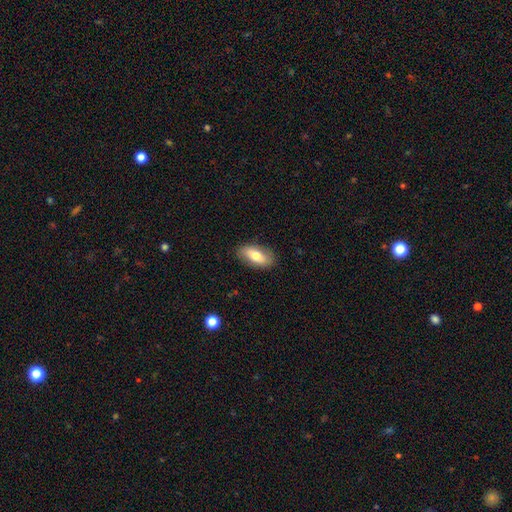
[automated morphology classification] Smooth or featured? smooth (68%)
How rounded? in between (89%)
Merging? none (85%)